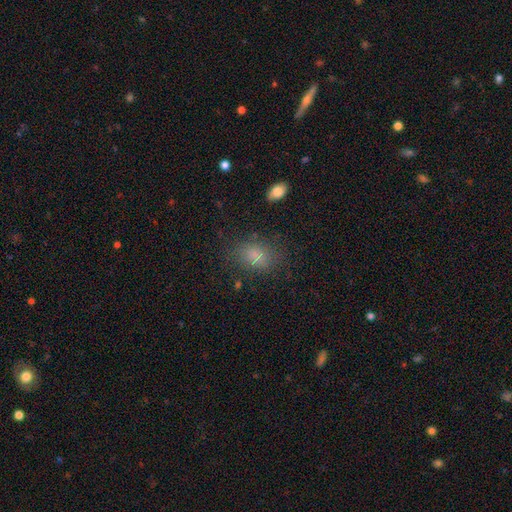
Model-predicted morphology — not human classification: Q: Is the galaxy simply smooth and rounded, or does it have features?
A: smooth — 79%.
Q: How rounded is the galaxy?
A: in between — 77%.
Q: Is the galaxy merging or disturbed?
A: none — 73%.